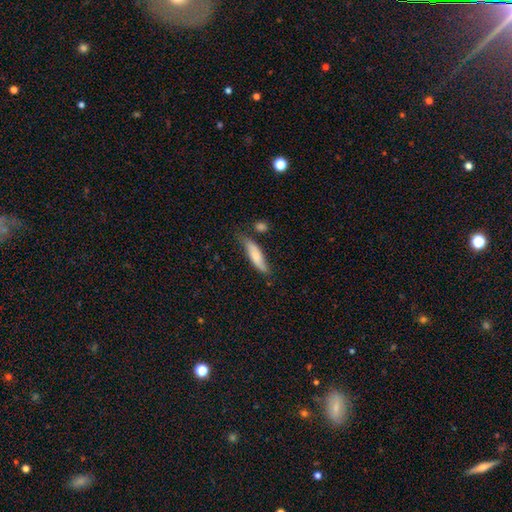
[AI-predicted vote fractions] Smooth or featured?
  - smooth: 66% *
  - featured or disk: 28%
  - star or artifact: 6%
How rounded?
  - cigar-shaped: 66% *
  - in between: 32%
  - round: 2%
Merging?
  - none: 62% *
  - minor disturbance: 26%
  - merger: 6%
  - major disturbance: 6%